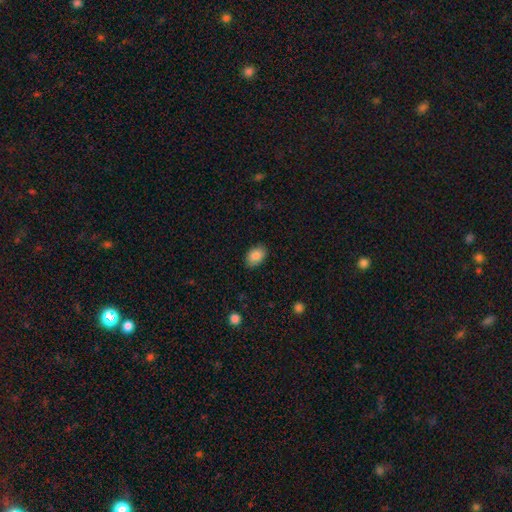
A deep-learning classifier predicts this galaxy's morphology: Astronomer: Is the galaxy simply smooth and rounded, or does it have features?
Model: smooth — 86%.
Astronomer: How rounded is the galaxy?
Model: in between — 85%.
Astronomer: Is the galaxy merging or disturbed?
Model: none — 87%.